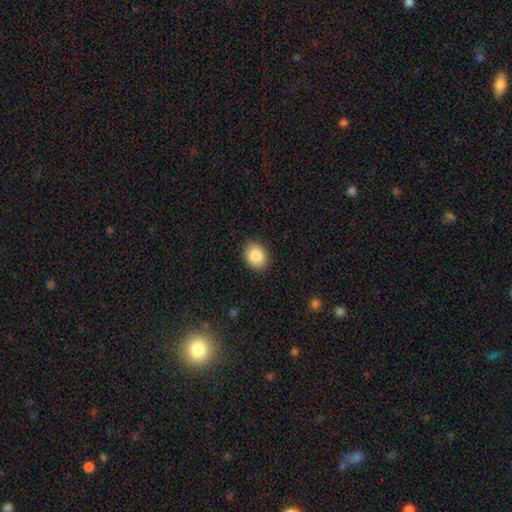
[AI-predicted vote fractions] Smooth or featured? Predicted: smooth (p=0.85). How rounded? Predicted: round (p=0.50). Merging? Predicted: none (p=0.89).